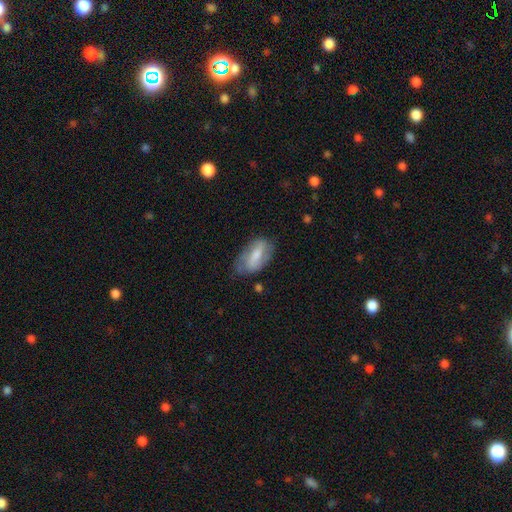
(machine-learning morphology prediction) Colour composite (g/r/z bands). It shows a smooth galaxy with no disk features (54%) that is in between round and cigar-shaped (89%). Merging: none (58%).